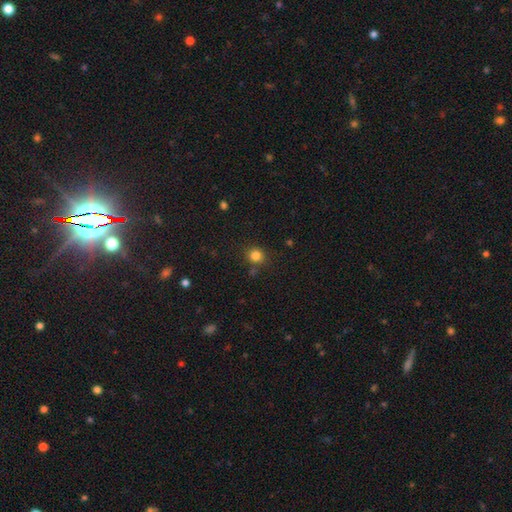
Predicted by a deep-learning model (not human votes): smooth-or-featured: smooth: 82% | star or artifact: 13% | featured or disk: 5%
  how-rounded: round: 88% | in between: 11% | cigar-shaped: 1%
  merging: none: 82% | minor disturbance: 10% | merger: 5% | major disturbance: 3%